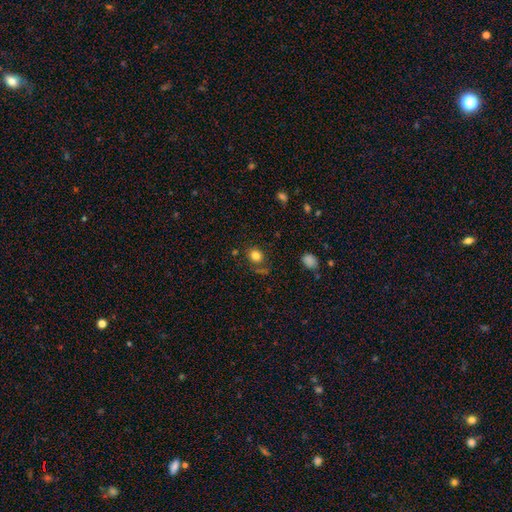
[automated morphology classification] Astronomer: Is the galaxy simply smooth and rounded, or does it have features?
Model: smooth — 81%.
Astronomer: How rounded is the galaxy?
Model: round — 65%.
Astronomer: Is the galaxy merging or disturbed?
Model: none — 75%.